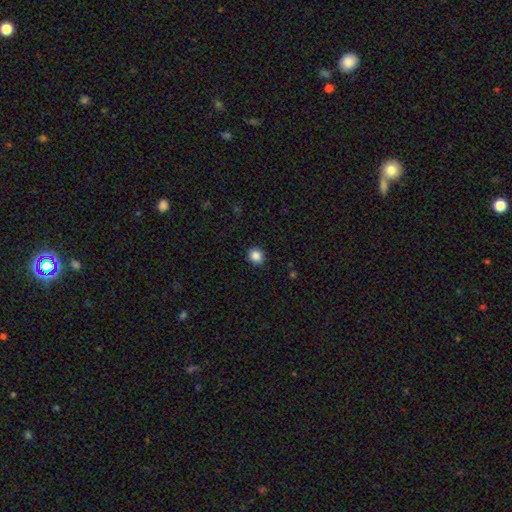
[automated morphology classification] A smooth galaxy with no disk features (87%) that is round (89%). Merging: none (91%).